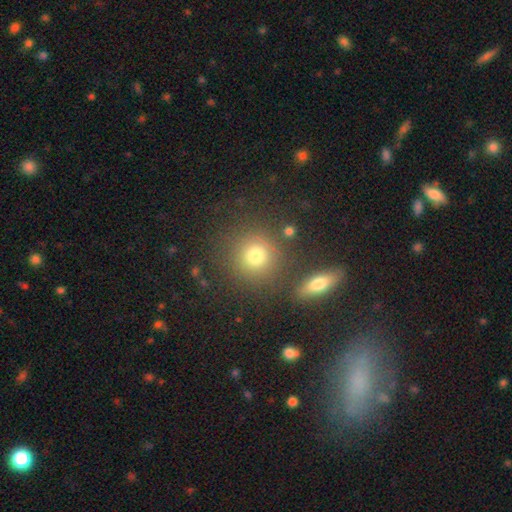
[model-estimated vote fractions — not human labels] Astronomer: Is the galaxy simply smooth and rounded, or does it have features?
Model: smooth — 77%.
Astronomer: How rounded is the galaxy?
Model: round — 90%.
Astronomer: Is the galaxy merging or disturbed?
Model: none — 77%.